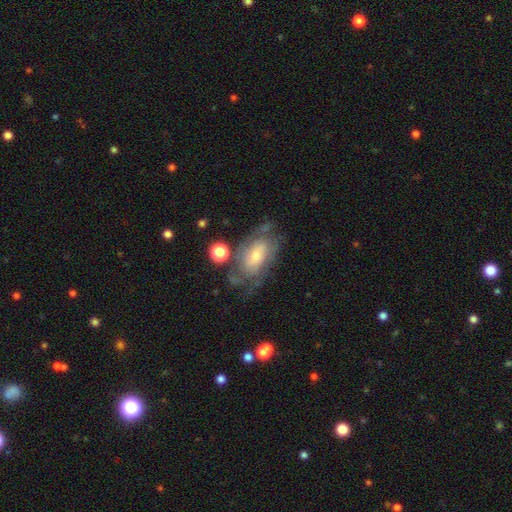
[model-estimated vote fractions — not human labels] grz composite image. It shows a featured or disk galaxy (66%) with no bar (63%), spiral arms (76%) and a small central bulge (55%). Merging: none (54%).